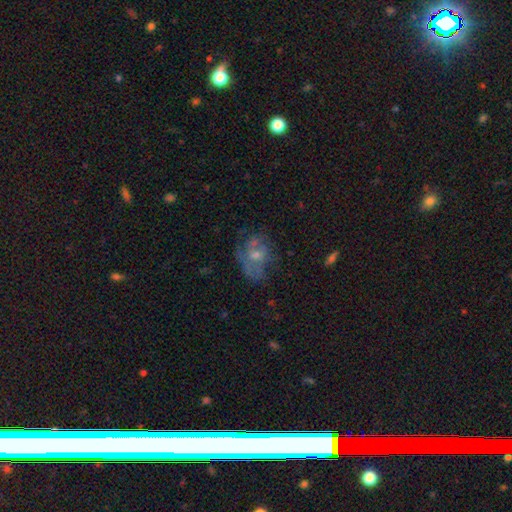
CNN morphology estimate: A featured or disk galaxy (55%) with no bar (80%), no spiral arms (58%) and a moderate central bulge (44%).

Vote fractions:
- Smooth or featured? featured or disk: 55% / smooth: 31% / star or artifact: 14%
- Edge-on disk? no: 96% / yes: 4%
- Bar? no: 80% / weak: 17% / strong: 3%
- Spiral arms? no: 58% / yes: 42%
- Bulge size? moderate: 44% / small: 42% / none: 9% / large: 4% / dominant: 1%
- Merging? none: 48% / major disturbance: 24% / minor disturbance: 23% / merger: 4%